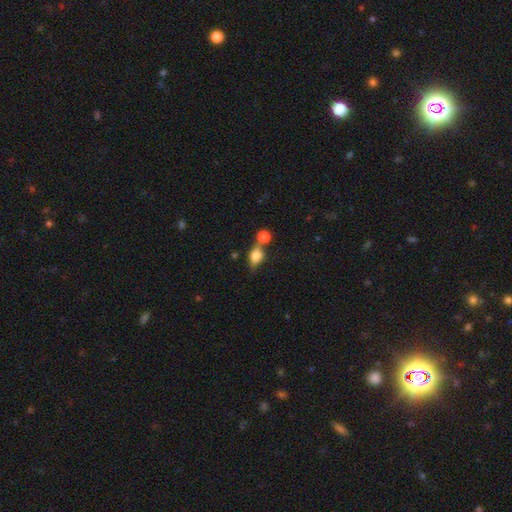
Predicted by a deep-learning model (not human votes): Morphology: type=smooth (70%); roundness=in between (59%); merging=none (44%).